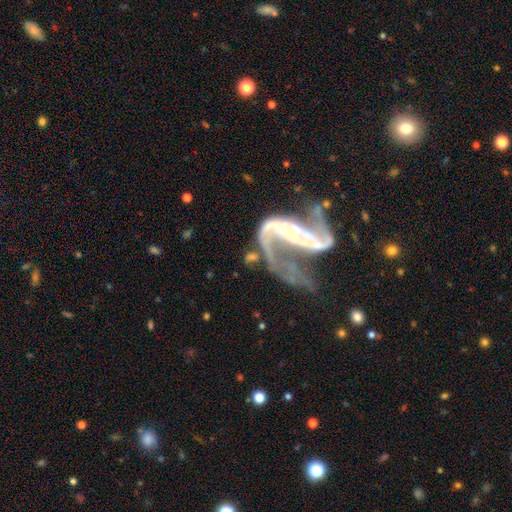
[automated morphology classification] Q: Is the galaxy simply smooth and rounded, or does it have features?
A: featured or disk — 88%.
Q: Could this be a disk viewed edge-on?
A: no — 96%.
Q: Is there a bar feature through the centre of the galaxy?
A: no — 40%.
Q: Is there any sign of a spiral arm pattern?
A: yes — 91%.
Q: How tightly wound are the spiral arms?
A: loose — 66%.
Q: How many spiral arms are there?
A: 2 — 77%.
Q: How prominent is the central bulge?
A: small — 58%.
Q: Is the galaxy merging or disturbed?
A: major disturbance — 38%.